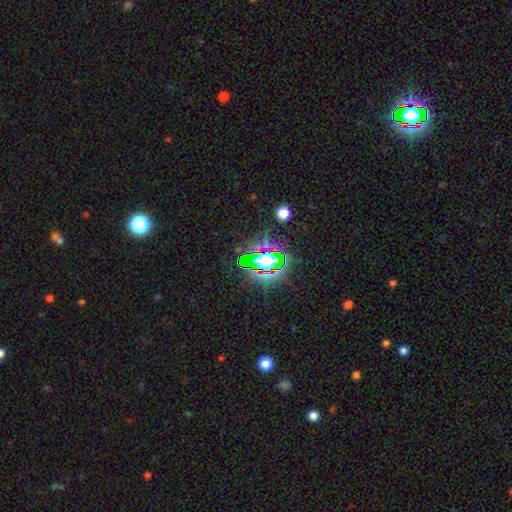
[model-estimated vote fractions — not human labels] A star or artifact, not a galaxy (77%).